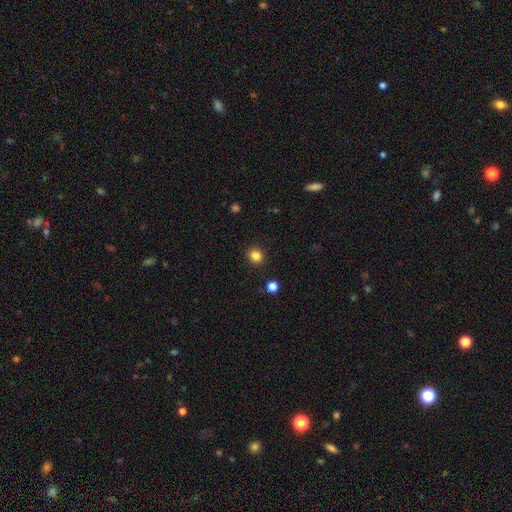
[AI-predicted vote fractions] This is clearly a smooth galaxy (84%). How rounded: likely round (80%). Merging: clearly none (91%).